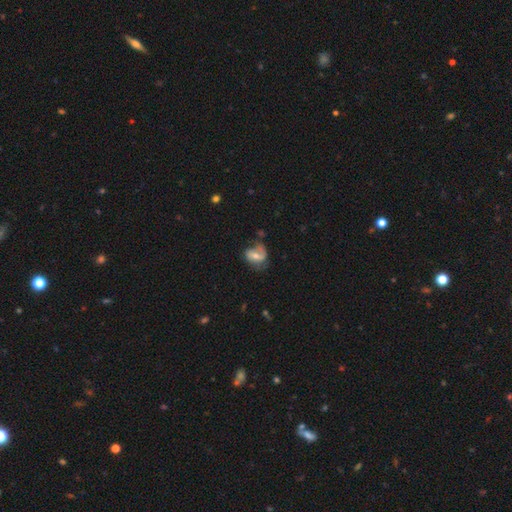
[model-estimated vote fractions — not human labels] This appears to be a featured or disk galaxy (52%). Merging: none (44%).